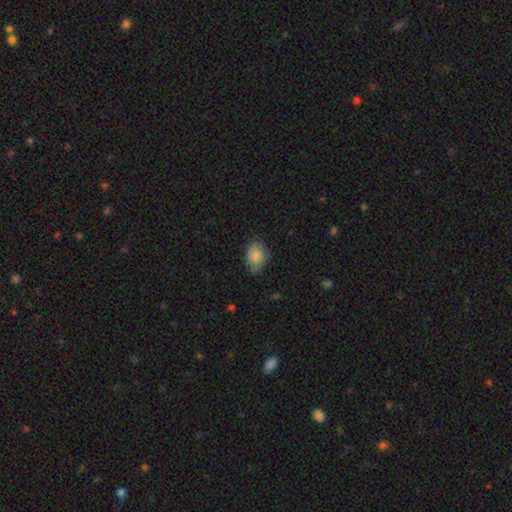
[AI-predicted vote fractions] Smooth or featured: smooth — 82% (featured or disk — 10%)
How rounded: in between — 78% (round — 21%)
Merging: none — 66% (minor disturbance — 27%)